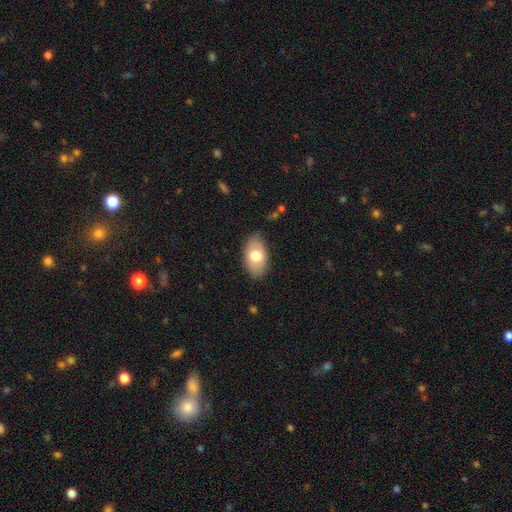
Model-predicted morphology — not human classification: smooth-or-featured: smooth: 71% | featured or disk: 22% | star or artifact: 7%
  how-rounded: in between: 92% | round: 6% | cigar-shaped: 2%
  merging: none: 81% | minor disturbance: 15% | major disturbance: 3% | merger: 1%